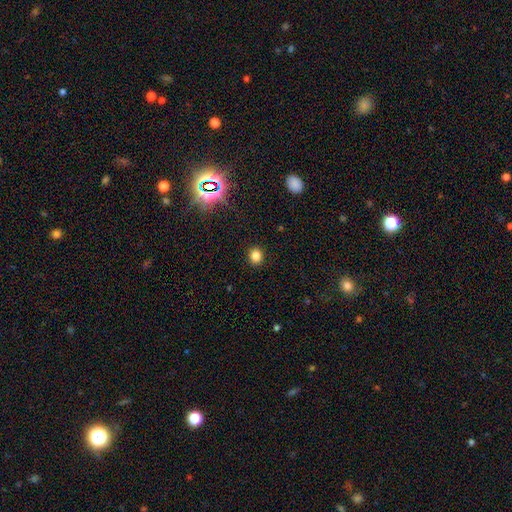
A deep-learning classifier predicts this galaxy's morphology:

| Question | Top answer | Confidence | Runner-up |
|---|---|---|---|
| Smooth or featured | smooth | 80% | star or artifact (15%) |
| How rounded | round | 74% | in between (25%) |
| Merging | none | 90% | minor disturbance (6%) |